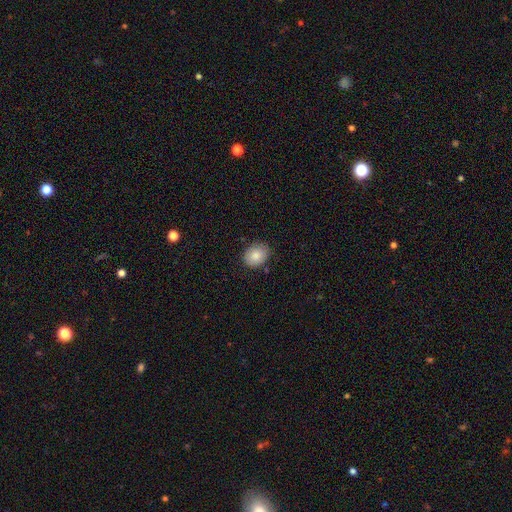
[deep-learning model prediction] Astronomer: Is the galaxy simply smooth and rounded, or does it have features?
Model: smooth — 85%.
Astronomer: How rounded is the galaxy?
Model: in between — 53% (runner-up: round, 46%).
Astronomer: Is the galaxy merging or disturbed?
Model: none — 83%.